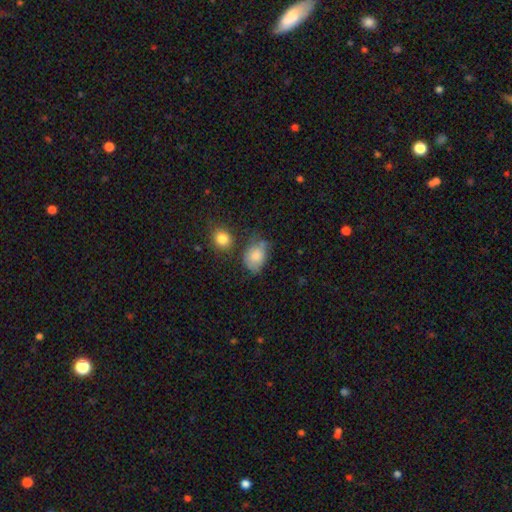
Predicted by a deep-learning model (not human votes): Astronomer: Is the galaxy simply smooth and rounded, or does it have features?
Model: smooth — 81%.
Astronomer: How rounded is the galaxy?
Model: in between — 69%.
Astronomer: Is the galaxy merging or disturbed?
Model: none — 47% (runner-up: minor disturbance, 33%).